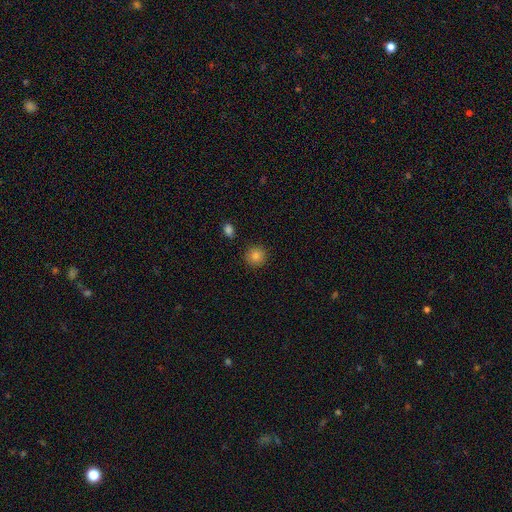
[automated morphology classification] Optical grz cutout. It shows a smooth galaxy with no disk features (85%) that is round (92%). Merging: none (90%).